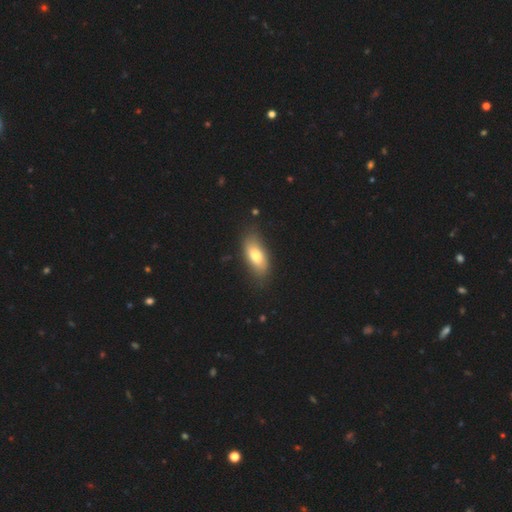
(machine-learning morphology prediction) Smooth or featured: smooth — 75% (featured or disk — 19%)
How rounded: in between — 86% (cigar-shaped — 11%)
Merging: none — 77% (minor disturbance — 17%)